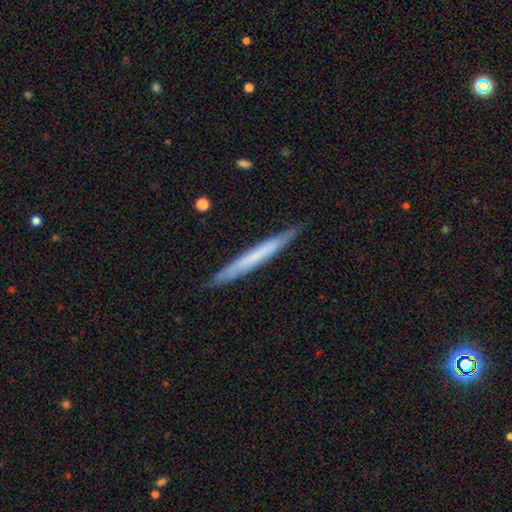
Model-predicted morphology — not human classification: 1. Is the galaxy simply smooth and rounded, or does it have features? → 53% smooth, 41% featured or disk, 5% star or artifact.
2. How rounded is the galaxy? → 97% cigar-shaped, 2% in between, 1% round.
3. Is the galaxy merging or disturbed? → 88% none, 9% minor disturbance, 2% major disturbance, 1% merger.